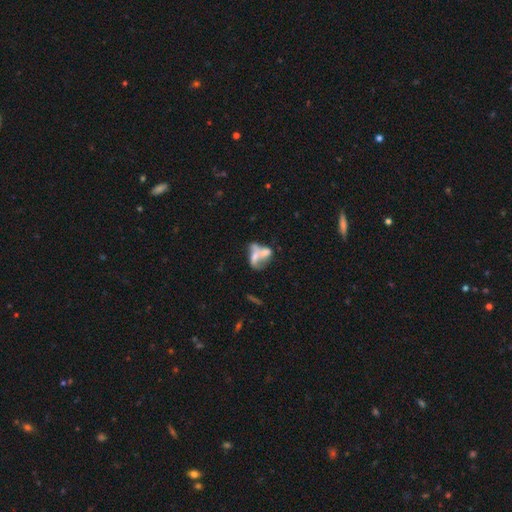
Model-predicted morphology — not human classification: A featured or disk galaxy (47%). Merging: merger (58%).